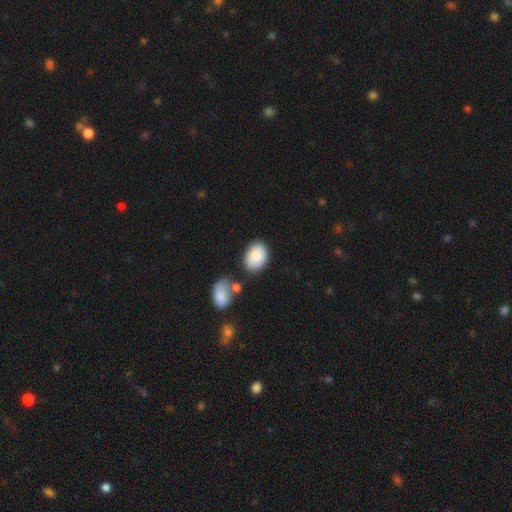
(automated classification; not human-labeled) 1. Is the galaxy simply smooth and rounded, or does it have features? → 86% smooth, 7% featured or disk, 7% star or artifact.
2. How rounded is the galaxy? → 81% in between, 18% round, 1% cigar-shaped.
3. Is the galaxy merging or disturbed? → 73% none, 14% minor disturbance, 9% merger, 4% major disturbance.